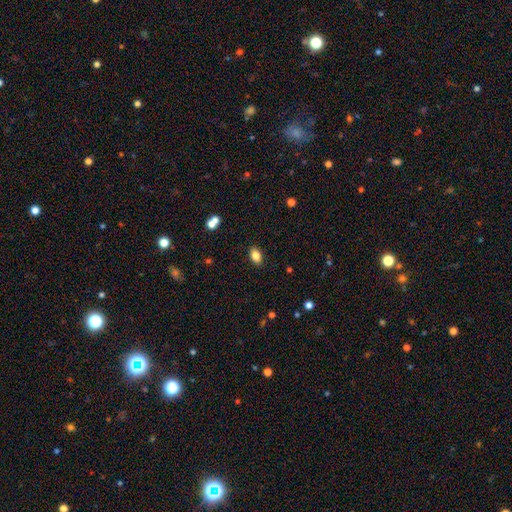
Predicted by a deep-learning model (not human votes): Q: Smooth or featured?
A: smooth (82%); runner-up: star or artifact (9%)
Q: How rounded?
A: in between (88%); runner-up: round (9%)
Q: Merging?
A: none (88%); runner-up: minor disturbance (8%)